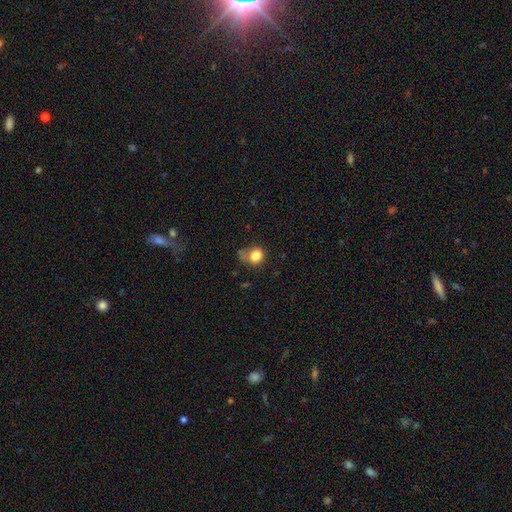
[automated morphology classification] Overall: smooth (81%). How rounded: round (70%). Merging: none (50%; minor disturbance 30%).